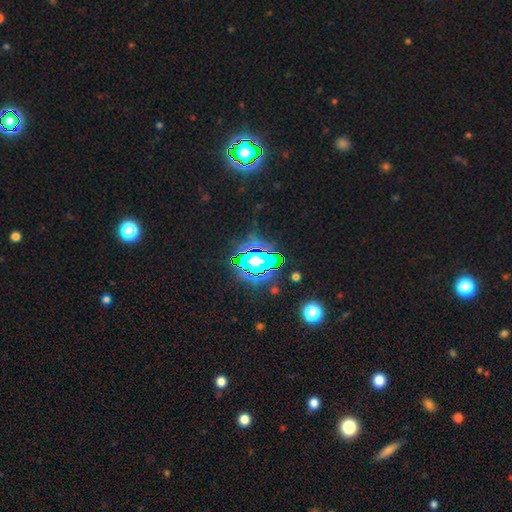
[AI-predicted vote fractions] Smooth or featured? Predicted: star or artifact (p=0.73).